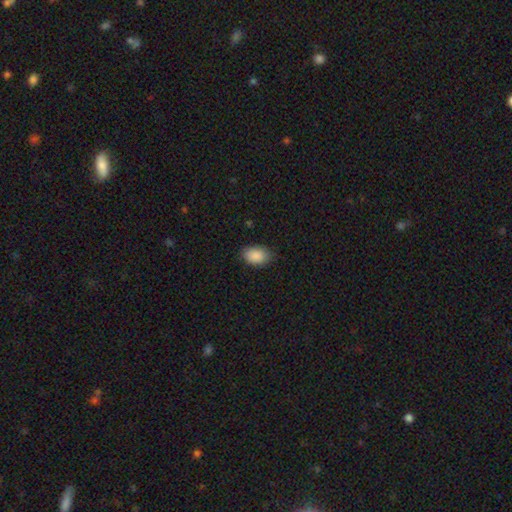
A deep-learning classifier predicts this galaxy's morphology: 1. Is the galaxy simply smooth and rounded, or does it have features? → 89% smooth, 7% star or artifact, 4% featured or disk.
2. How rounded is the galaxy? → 88% in between, 11% round, 1% cigar-shaped.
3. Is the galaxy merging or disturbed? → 82% none, 15% minor disturbance, 3% major disturbance, 1% merger.